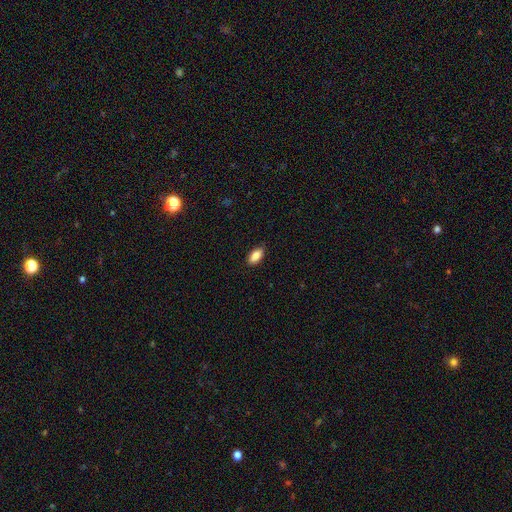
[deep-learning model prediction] The model was most divided on "merging": none: 87%, minor disturbance: 10%, major disturbance: 2%, merger: 1%. More confident: how rounded — in between (91%); smooth or featured — smooth (87%).